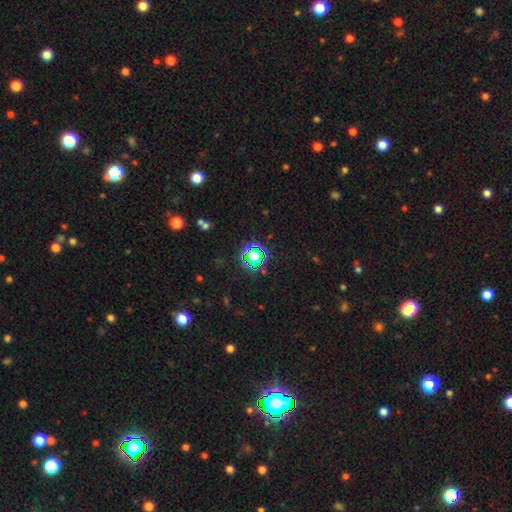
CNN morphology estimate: Smooth or featured?
  - star or artifact: 62% *
  - smooth: 28%
  - featured or disk: 10%